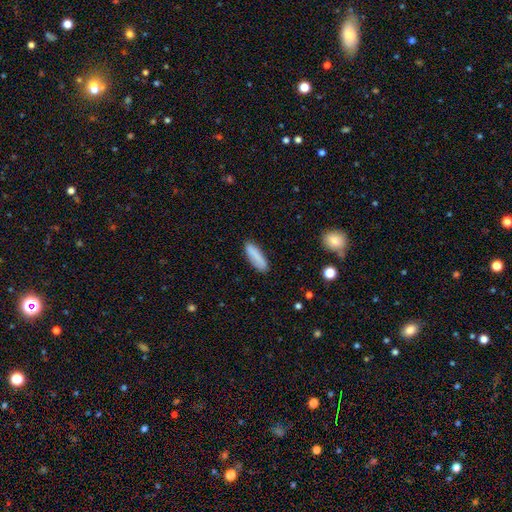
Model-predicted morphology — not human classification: Smooth or featured? smooth (85%)
How rounded? cigar-shaped (55%)
Merging? none (85%)